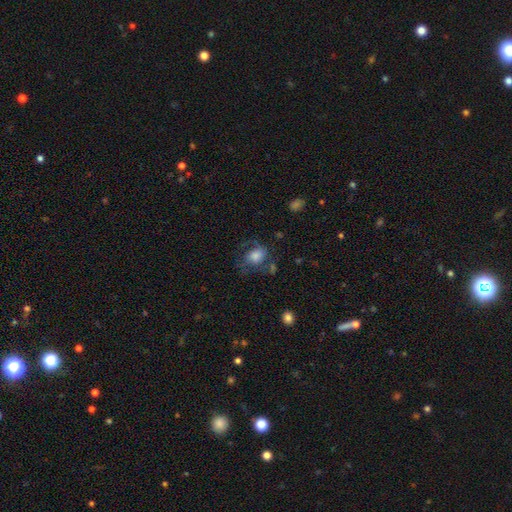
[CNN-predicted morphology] type=smooth (48%); merging=none (49%).